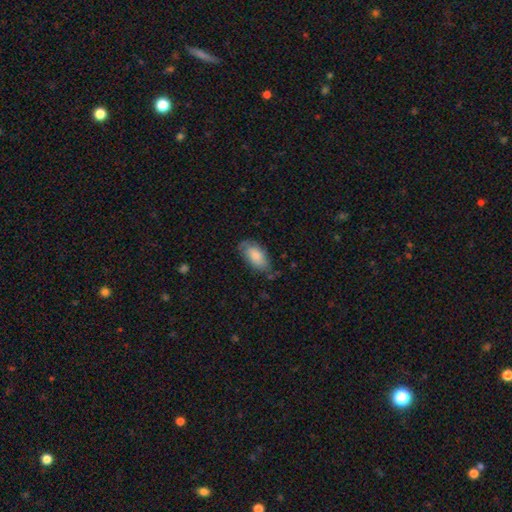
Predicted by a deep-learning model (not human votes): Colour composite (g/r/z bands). It shows a smooth galaxy with no disk features (79%) that is in between round and cigar-shaped (93%). Merging: none (66%).